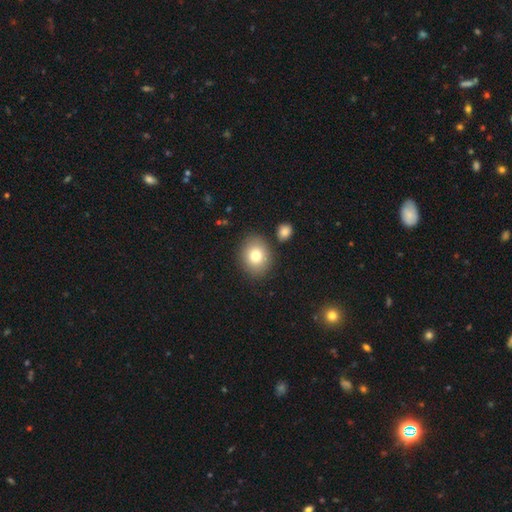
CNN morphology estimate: Smooth or featured? Predicted: smooth (p=0.79). How rounded? Predicted: round (p=0.60). Merging? Predicted: none (p=0.82).